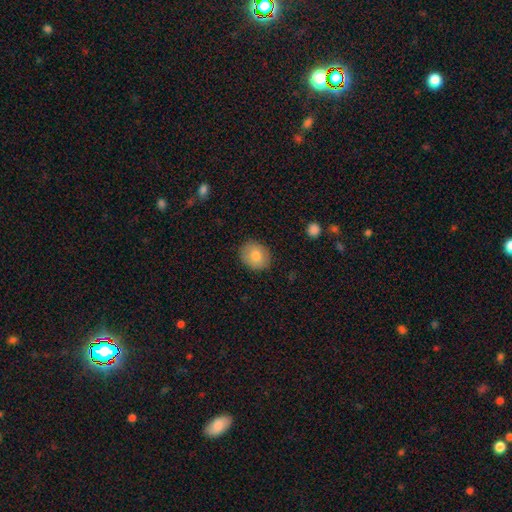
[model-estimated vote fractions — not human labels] Smooth or featured? smooth (80%)
How rounded? round (59%)
Merging? none (87%)